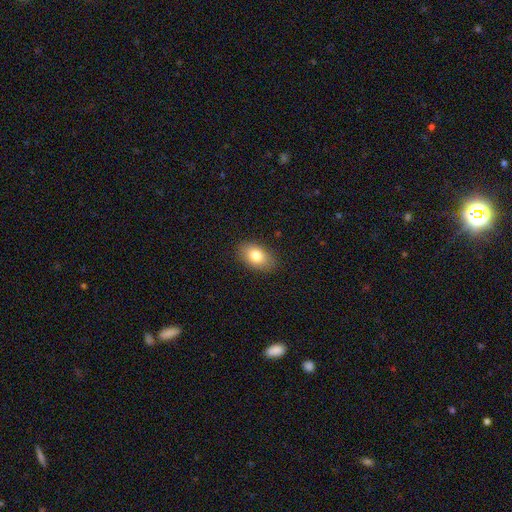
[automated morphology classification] This is likely a smooth galaxy (80%). How rounded: clearly in between (87%). Merging: clearly none (87%).